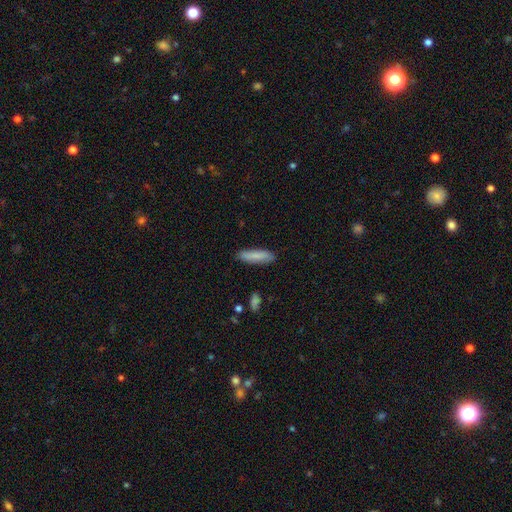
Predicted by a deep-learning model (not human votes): Smooth or featured?
  - smooth: 81% *
  - featured or disk: 13%
  - star or artifact: 6%
How rounded?
  - cigar-shaped: 67% *
  - in between: 31%
  - round: 2%
Merging?
  - none: 85% *
  - minor disturbance: 11%
  - major disturbance: 2%
  - merger: 1%